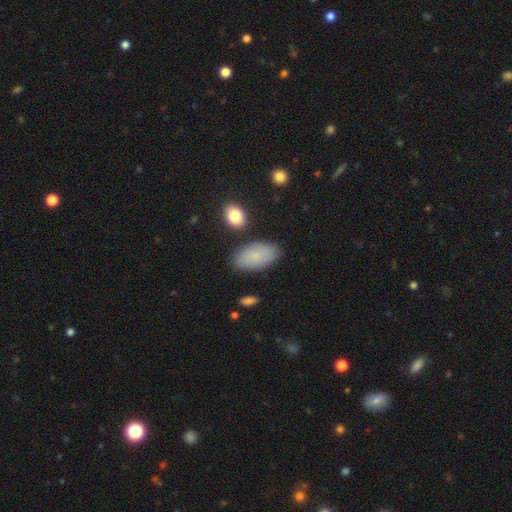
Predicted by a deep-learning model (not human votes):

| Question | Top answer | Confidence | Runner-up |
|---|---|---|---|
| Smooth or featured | smooth | 84% | featured or disk (10%) |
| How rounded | in between | 95% | round (3%) |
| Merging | none | 81% | minor disturbance (13%) |